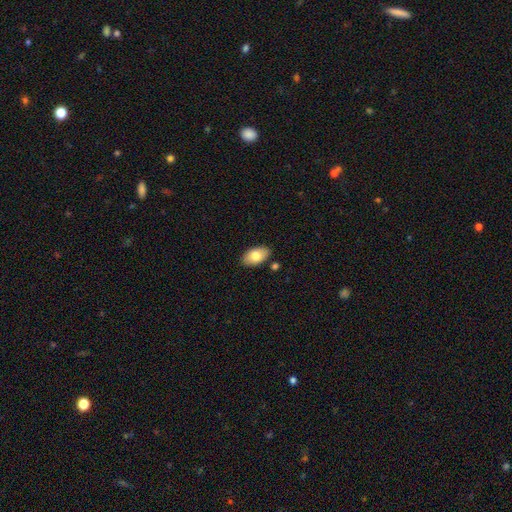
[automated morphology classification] A smooth galaxy with no disk features (80%) that is in between round and cigar-shaped (94%).

Vote fractions:
- Smooth or featured? smooth: 80% / featured or disk: 14% / star or artifact: 6%
- How rounded? in between: 94% / round: 4% / cigar-shaped: 2%
- Merging? none: 85% / minor disturbance: 10% / merger: 3% / major disturbance: 2%